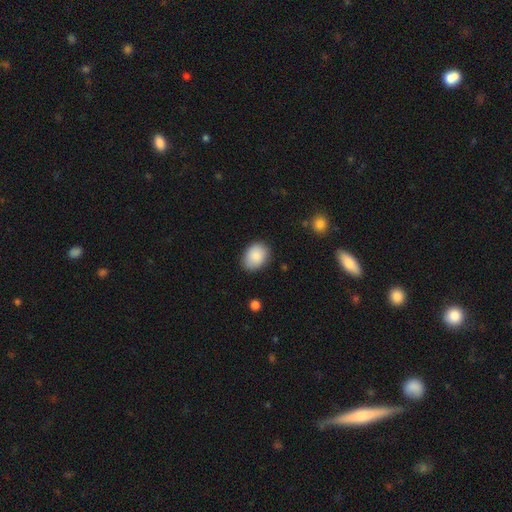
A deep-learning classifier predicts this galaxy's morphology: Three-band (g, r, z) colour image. It shows a smooth galaxy with no disk features (86%) that is in between round and cigar-shaped (69%). Merging: none (83%).